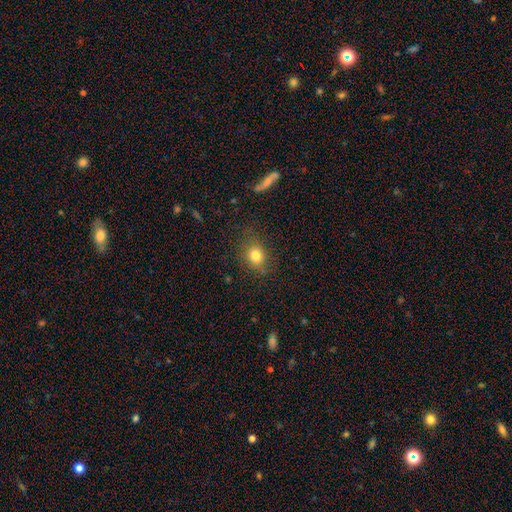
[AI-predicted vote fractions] Overall: smooth (79%). How rounded: round (65%; in between 34%). Merging: none (79%).